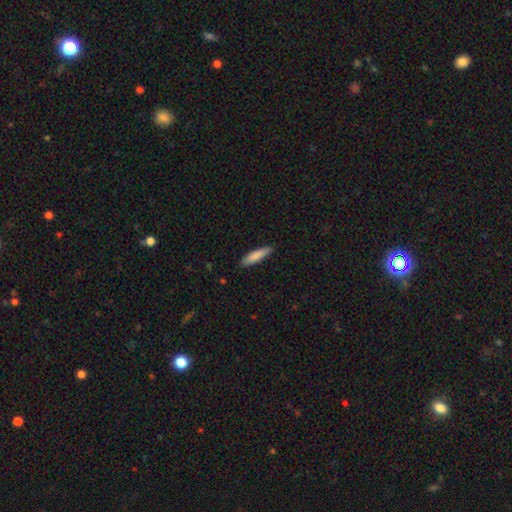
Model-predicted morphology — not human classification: smooth_or_featured: smooth (p=0.84) [alt: featured or disk p=0.10]
how_rounded: cigar-shaped (p=0.80) [alt: in between p=0.19]
merging: none (p=0.88) [alt: minor disturbance p=0.09]